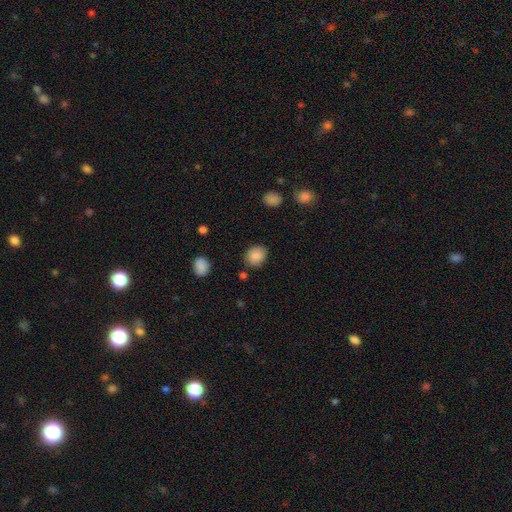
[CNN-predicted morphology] Smooth or featured? Predicted: smooth (p=0.87). How rounded? Predicted: round (p=0.61). Merging? Predicted: none (p=0.83).